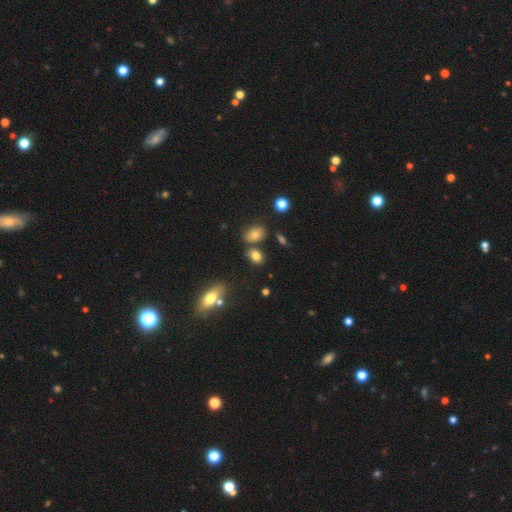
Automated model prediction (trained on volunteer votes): smooth-or-featured: smooth: 77% | star or artifact: 12% | featured or disk: 11%
  how-rounded: in between: 78% | round: 20% | cigar-shaped: 3%
  merging: none: 68% | merger: 14% | minor disturbance: 14% | major disturbance: 4%